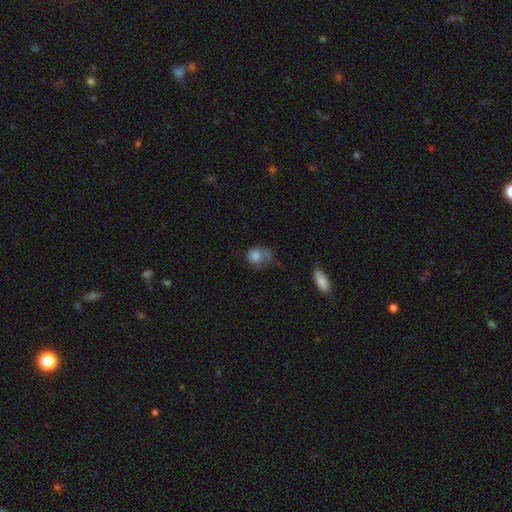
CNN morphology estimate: Overall: smooth (76%). How rounded: round (61%; in between 38%). Merging: none (32%; major disturbance 29%).